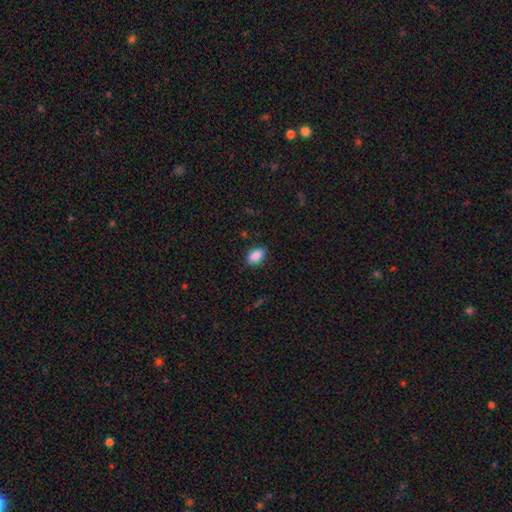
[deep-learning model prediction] Morphology: type=smooth (88%); roundness=in between (89%); merging=none (83%).